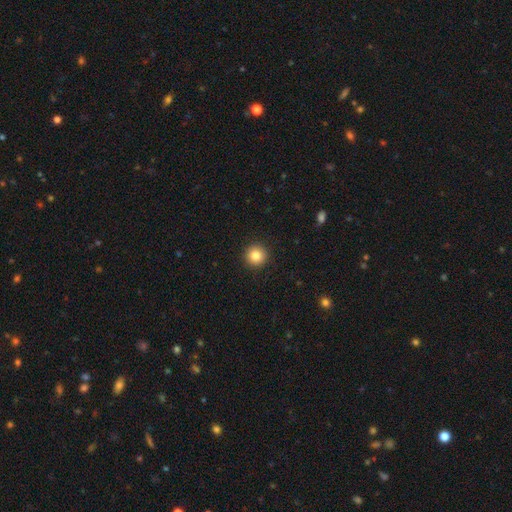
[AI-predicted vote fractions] A smooth galaxy with no disk features (85%) that is round (95%). Merging: none (93%).